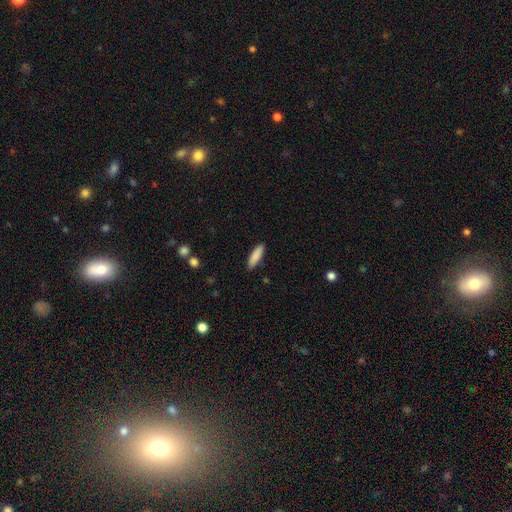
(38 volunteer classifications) smooth-or-featured: smooth: 92% | star or artifact: 5% | featured or disk: 3%
  how-rounded: cigar-shaped: 69% | in between: 31% | round: 0%
  merging: none: 89% | minor disturbance: 11% | major disturbance: 0% | merger: 0%